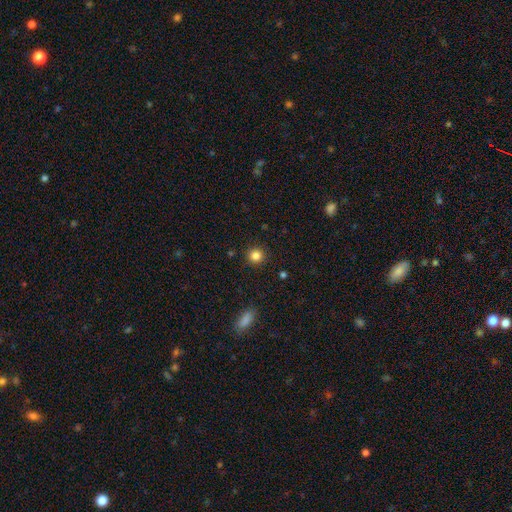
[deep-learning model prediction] A smooth galaxy with no disk features (83%) that is round (93%).

Vote fractions:
- Smooth or featured? smooth: 83% / star or artifact: 12% / featured or disk: 5%
- How rounded? round: 93% / in between: 6% / cigar-shaped: 1%
- Merging? none: 91% / minor disturbance: 5% / major disturbance: 2% / merger: 1%